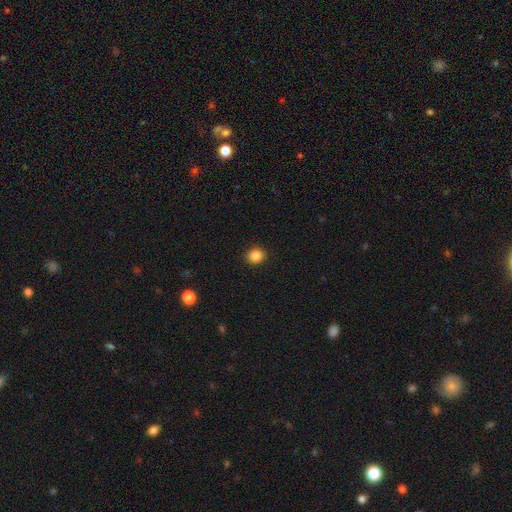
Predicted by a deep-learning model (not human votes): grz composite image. It shows a smooth galaxy with no disk features (86%) that is round (81%). Merging: none (92%).